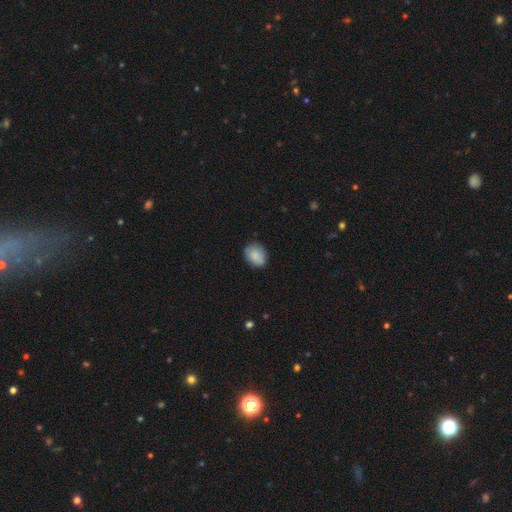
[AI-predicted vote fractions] smooth-or-featured: smooth: 85% | featured or disk: 8% | star or artifact: 7%
  how-rounded: in between: 64% | round: 35% | cigar-shaped: 1%
  merging: none: 79% | minor disturbance: 17% | major disturbance: 3% | merger: 1%